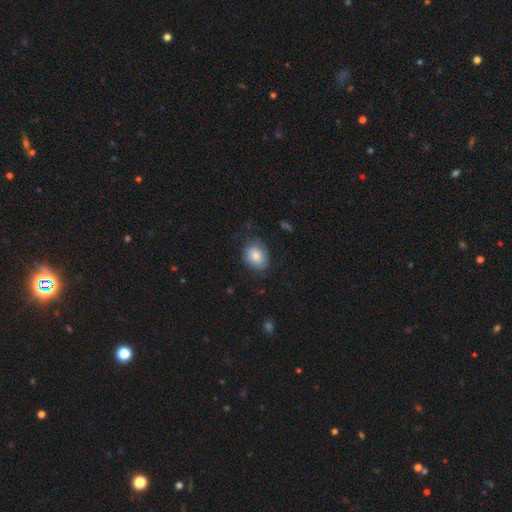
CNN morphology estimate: A smooth galaxy with no disk features (77%) that is in between round and cigar-shaped (51%).

Vote fractions:
- Smooth or featured? smooth: 77% / featured or disk: 16% / star or artifact: 7%
- How rounded? in between: 51% / round: 48% / cigar-shaped: 1%
- Merging? none: 65% / minor disturbance: 24% / major disturbance: 9% / merger: 1%